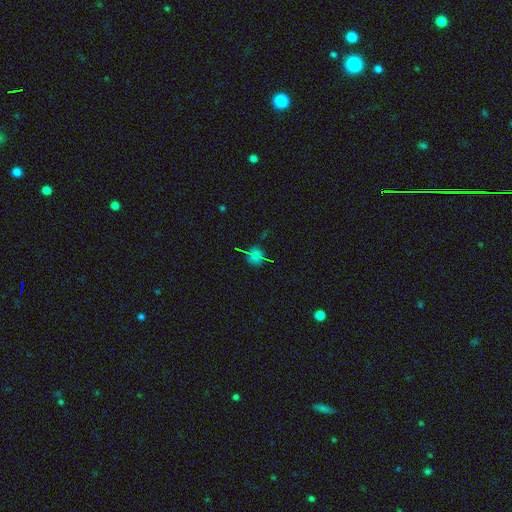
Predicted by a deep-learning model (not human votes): Smooth or featured? smooth (60%)
How rounded? round (80%)
Merging? none (78%)